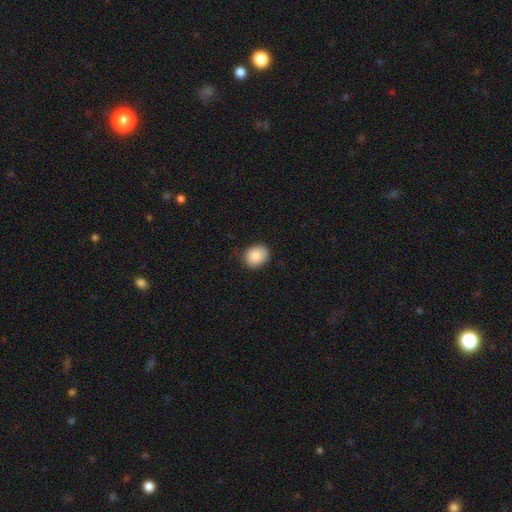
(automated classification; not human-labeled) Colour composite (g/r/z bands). It shows a smooth galaxy with no disk features (87%) that is round (62%). Merging: none (77%).